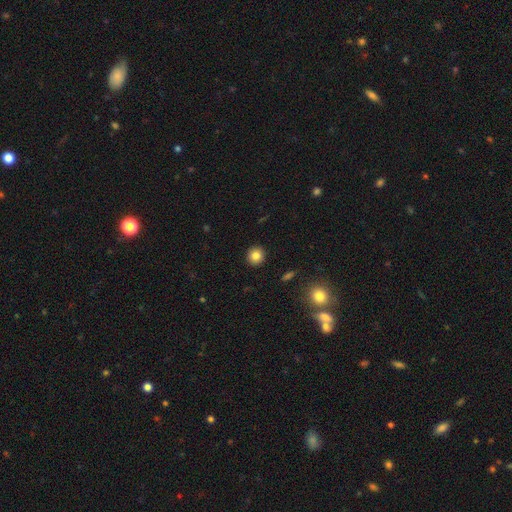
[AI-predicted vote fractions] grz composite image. It shows a smooth galaxy with no disk features (84%) that is round (91%). Merging: none (92%).